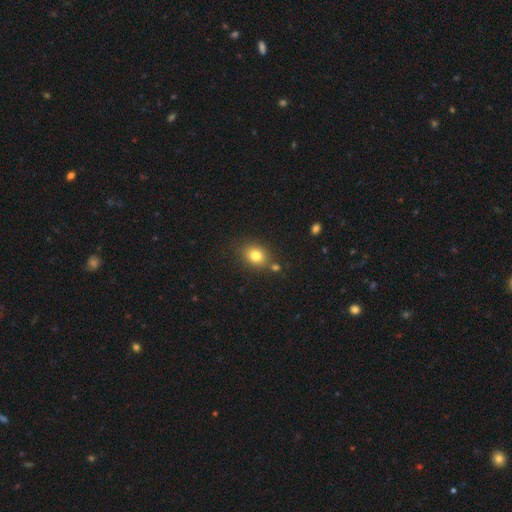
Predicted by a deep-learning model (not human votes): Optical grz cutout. It shows a smooth galaxy with no disk features (80%) that is in between round and cigar-shaped (52%). Merging: none (72%).